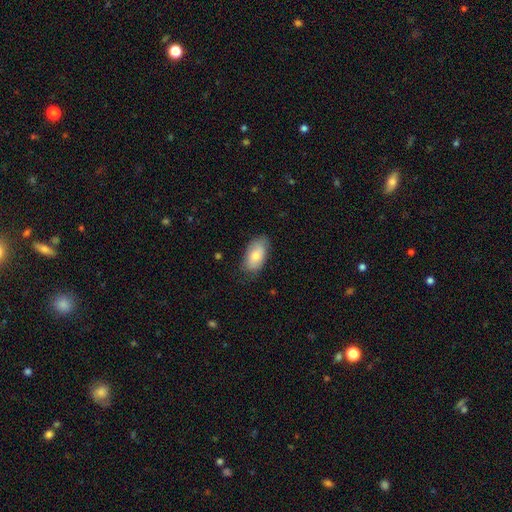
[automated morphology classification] This appears to be a smooth galaxy with no disk features (75%) that is in between round and cigar-shaped (93%). Merging: none (73%).